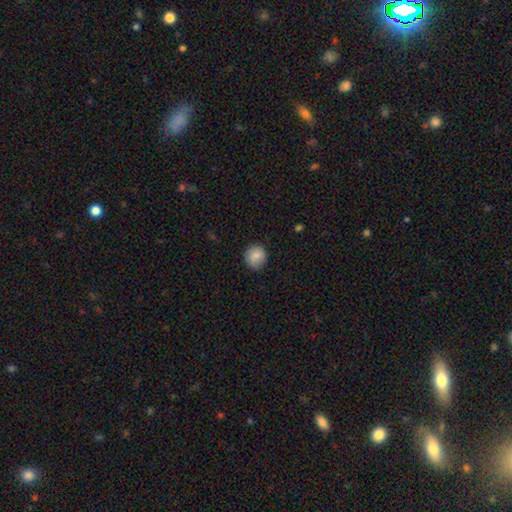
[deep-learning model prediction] Overall: smooth (83%). How rounded: round (88%). Merging: none (83%).